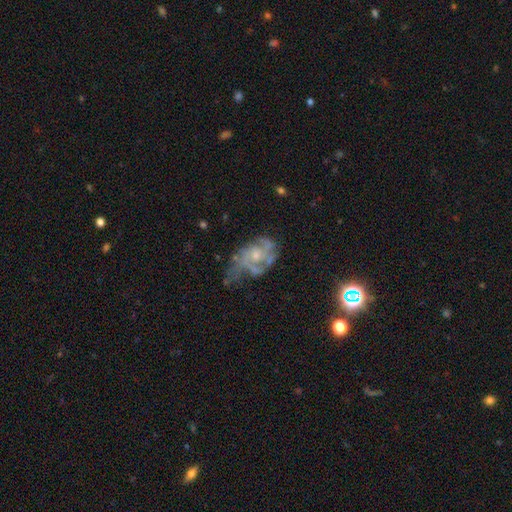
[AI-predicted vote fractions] The model was most divided on "spiral winding": medium: 43%, tight: 40%, loose: 18%. Remaining: edge-on disk — no (97%); spiral arms — yes (84%); smooth or featured — featured or disk (78%); bar — no (73%); bulge size — small (51%); merging — none (38%); spiral arm count — 2 (35%).